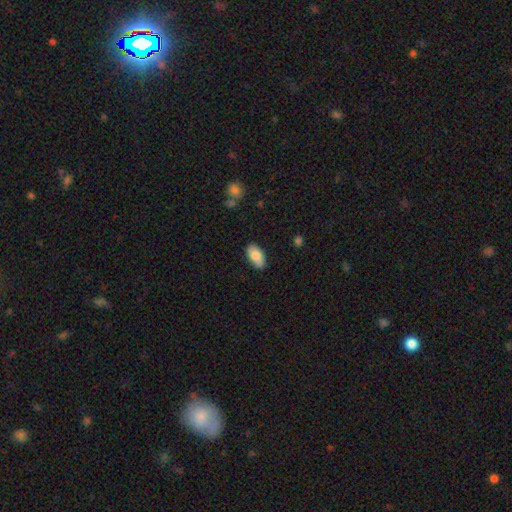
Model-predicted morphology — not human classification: smooth 82%, featured or disk 12%, star or artifact 6%. Down the decision tree: how rounded — in between (94%); merging — none (81%).